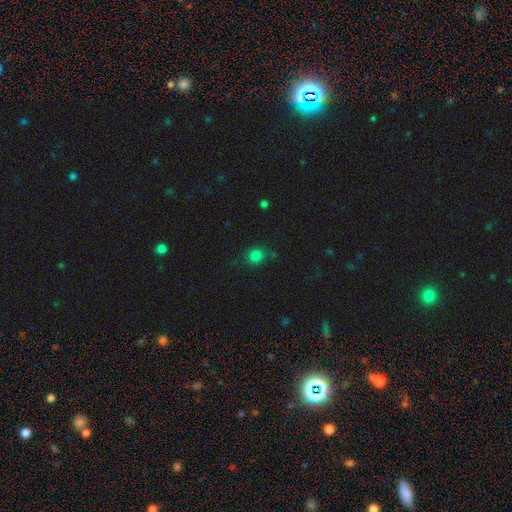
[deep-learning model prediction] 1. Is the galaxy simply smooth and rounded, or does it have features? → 80% smooth, 15% star or artifact, 5% featured or disk.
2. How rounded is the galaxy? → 79% round, 20% in between, 1% cigar-shaped.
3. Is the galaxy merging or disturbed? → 79% none, 15% minor disturbance, 4% major disturbance, 3% merger.